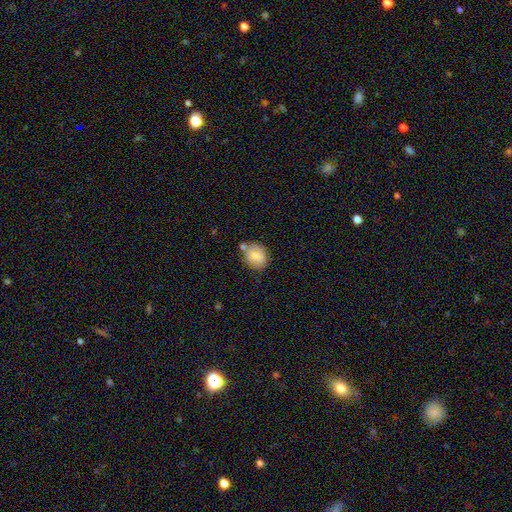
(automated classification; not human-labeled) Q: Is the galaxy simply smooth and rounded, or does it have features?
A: smooth — 80%.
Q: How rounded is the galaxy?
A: in between — 51%.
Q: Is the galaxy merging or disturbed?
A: none — 65%.